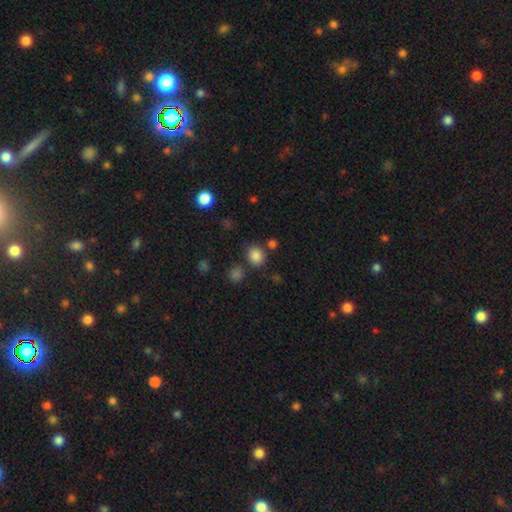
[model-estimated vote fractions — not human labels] Smooth or featured?
  - smooth: 83% *
  - star or artifact: 12%
  - featured or disk: 5%
How rounded?
  - round: 70% *
  - in between: 29%
  - cigar-shaped: 1%
Merging?
  - none: 77% *
  - minor disturbance: 10%
  - merger: 9%
  - major disturbance: 4%